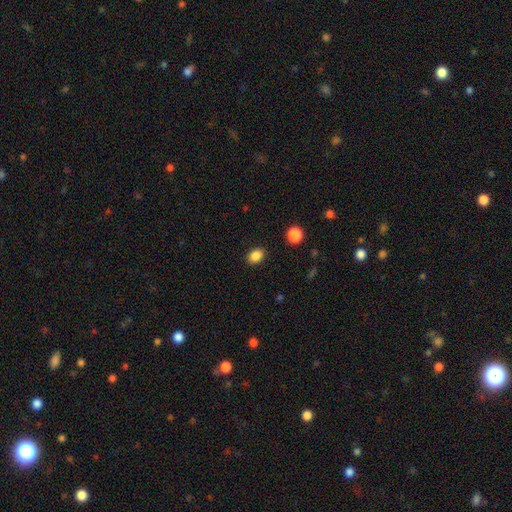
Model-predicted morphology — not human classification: Smooth or featured: smooth — 86% (star or artifact — 10%)
How rounded: in between — 69% (round — 30%)
Merging: none — 88% (minor disturbance — 8%)